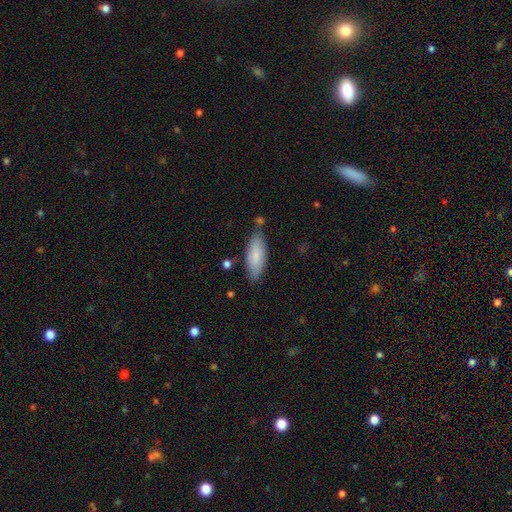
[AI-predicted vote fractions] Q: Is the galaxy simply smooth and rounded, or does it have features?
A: smooth — 81%.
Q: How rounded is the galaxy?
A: in between — 70%.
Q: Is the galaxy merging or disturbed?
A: none — 75%.